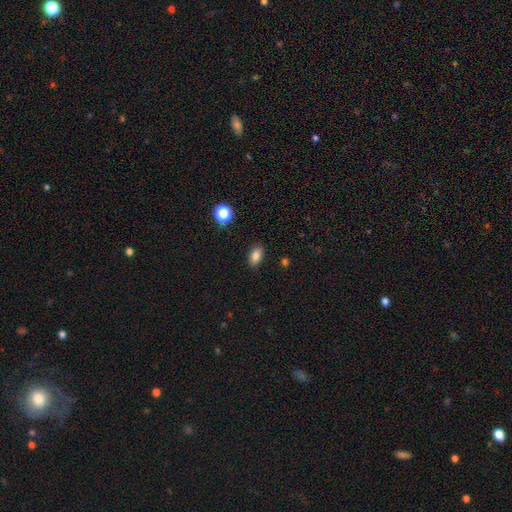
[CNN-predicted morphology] A smooth galaxy with no disk features (83%) that is in between round and cigar-shaped (87%).

Vote fractions:
- Smooth or featured? smooth: 83% / star or artifact: 11% / featured or disk: 6%
- How rounded? in between: 87% / round: 10% / cigar-shaped: 3%
- Merging? none: 88% / minor disturbance: 8% / major disturbance: 2% / merger: 1%